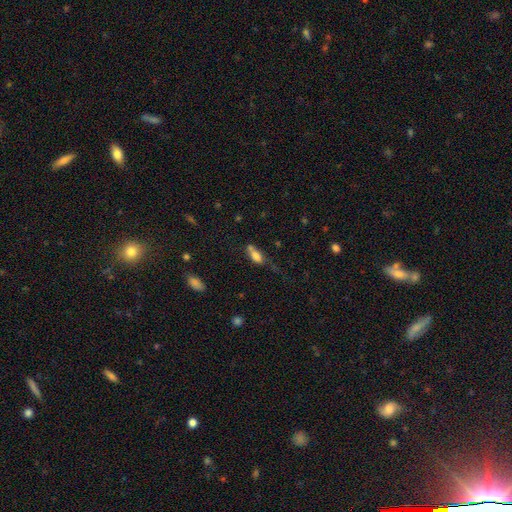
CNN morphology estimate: Smooth or featured? smooth (73%)
How rounded? in between (78%)
Merging? none (35%)